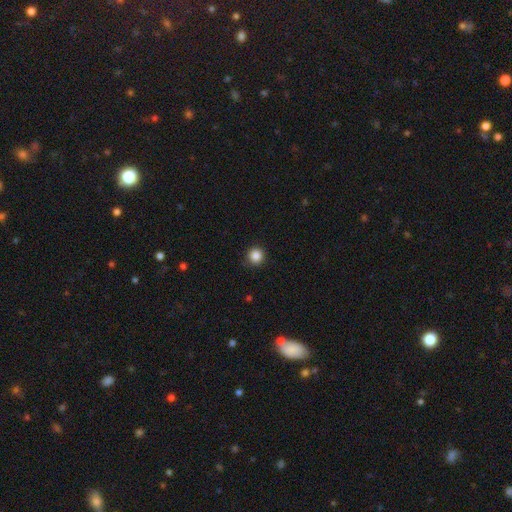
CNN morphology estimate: smooth_or_featured: smooth (p=0.86) [alt: star or artifact p=0.11]
how_rounded: round (p=0.95) [alt: in between p=0.04]
merging: none (p=0.90) [alt: minor disturbance p=0.07]